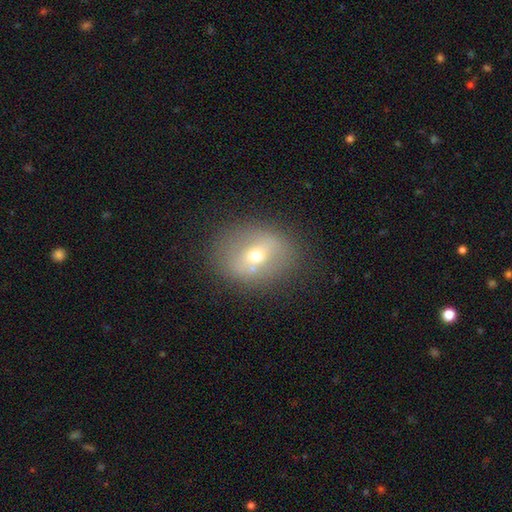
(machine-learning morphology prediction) smooth_or_featured: smooth (p=0.48) [alt: featured or disk p=0.41]
merging: none (p=0.78) [alt: minor disturbance p=0.13]